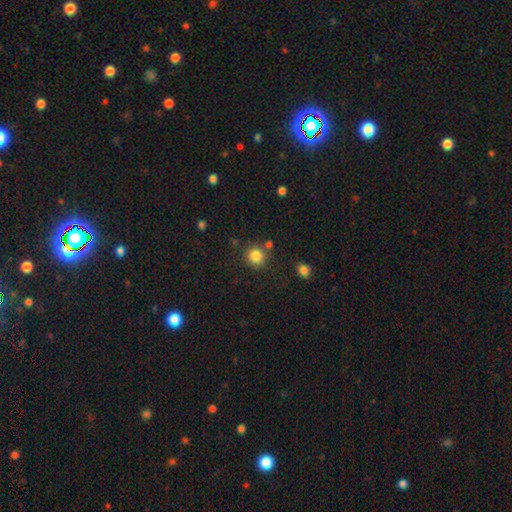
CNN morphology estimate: The model was most divided on "merging": none: 79%, minor disturbance: 9%, merger: 8%, major disturbance: 3%. More confident: how rounded — round (89%); smooth or featured — smooth (84%).